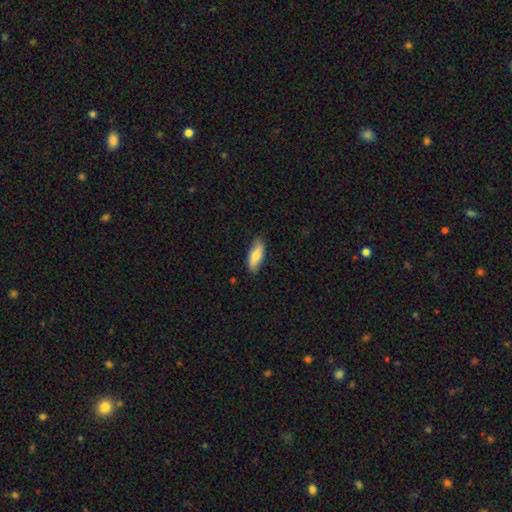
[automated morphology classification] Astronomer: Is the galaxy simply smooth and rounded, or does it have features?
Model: smooth — 77%.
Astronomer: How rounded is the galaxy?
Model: in between — 72%.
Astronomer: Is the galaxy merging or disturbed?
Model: none — 84%.